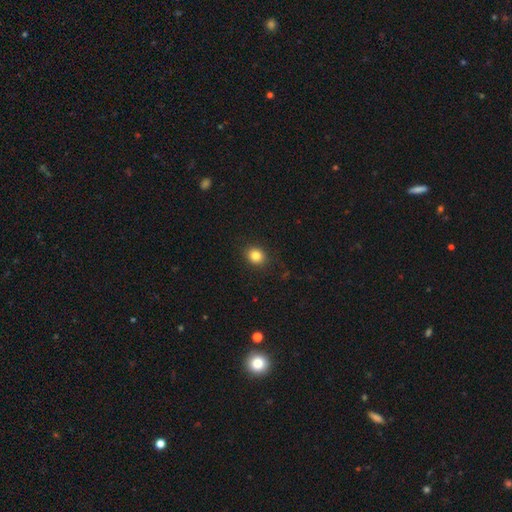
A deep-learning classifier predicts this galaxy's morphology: smooth 84%, star or artifact 11%, featured or disk 5%. Down the decision tree: how rounded — round (69%); merging — none (89%).